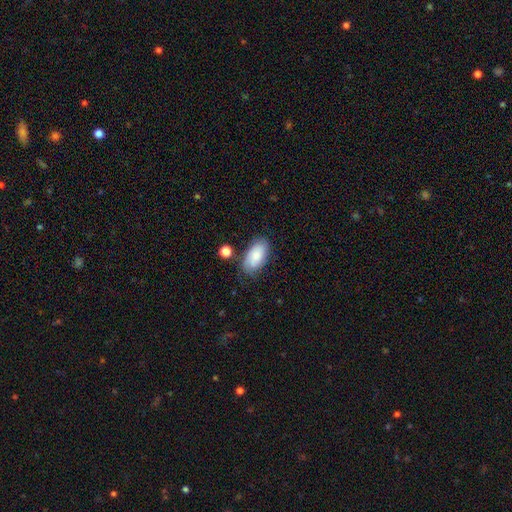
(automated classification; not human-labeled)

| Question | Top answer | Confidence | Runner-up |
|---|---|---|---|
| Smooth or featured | smooth | 75% | featured or disk (18%) |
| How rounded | in between | 94% | round (3%) |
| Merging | none | 71% | minor disturbance (20%) |